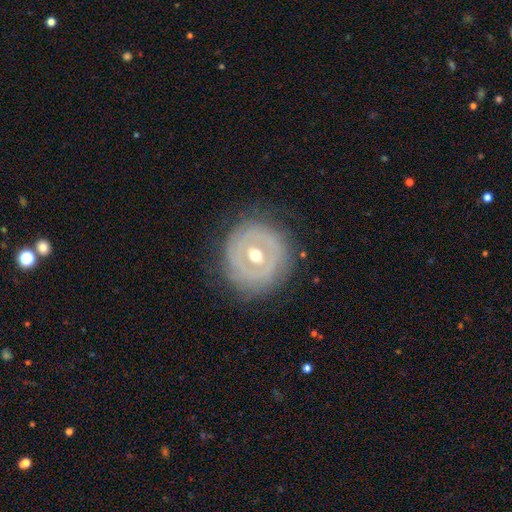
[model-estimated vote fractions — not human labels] This appears to be a featured or disk galaxy (72%) with no bar (56%), no spiral arms (53%) and a moderate central bulge (73%). Merging: none (77%).